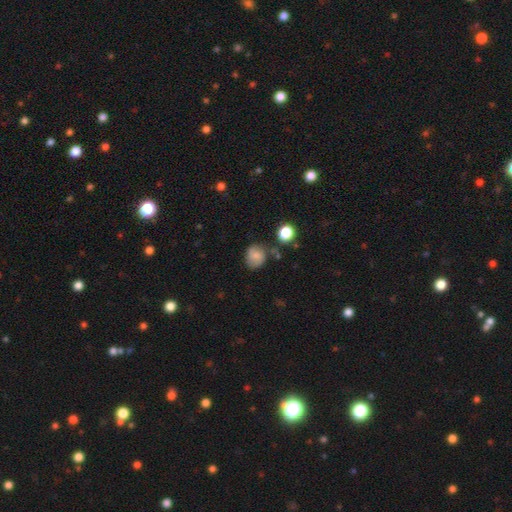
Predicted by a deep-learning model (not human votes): Smooth or featured?
  - smooth: 65% *
  - featured or disk: 24%
  - star or artifact: 11%
How rounded?
  - round: 67% *
  - in between: 32%
  - cigar-shaped: 1%
Merging?
  - none: 67% *
  - minor disturbance: 21%
  - major disturbance: 6%
  - merger: 6%